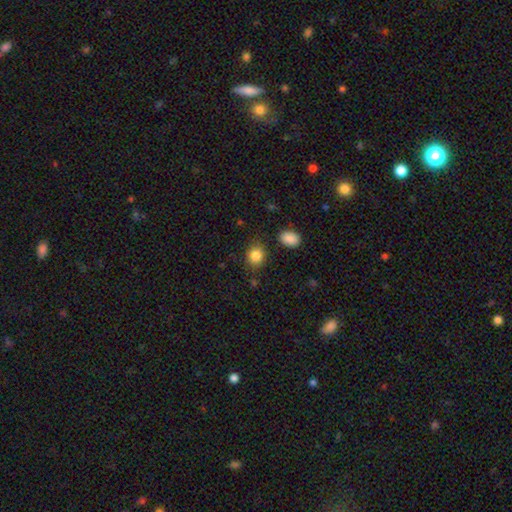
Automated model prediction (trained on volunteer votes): A smooth galaxy with no disk features (85%) that is round (67%).

Vote fractions:
- Smooth or featured? smooth: 85% / star or artifact: 10% / featured or disk: 5%
- How rounded? round: 67% / in between: 32% / cigar-shaped: 1%
- Merging? none: 81% / minor disturbance: 12% / merger: 4% / major disturbance: 3%